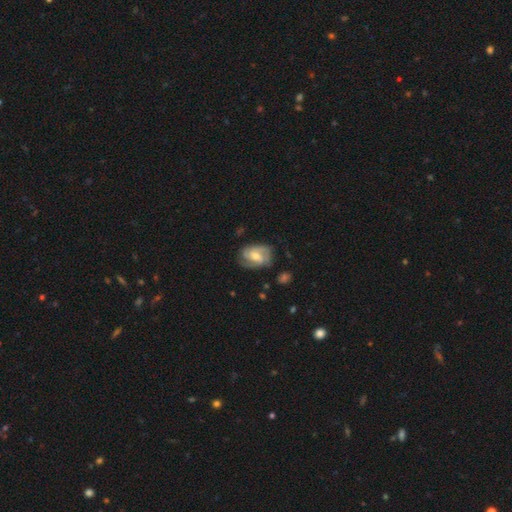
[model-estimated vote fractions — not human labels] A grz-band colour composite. It shows a featured or disk galaxy (78%) with a weak bar (45%), 2 (38%) medium (44%) spiral arms (94%) and a moderate central bulge (55%). Merging: none (68%).